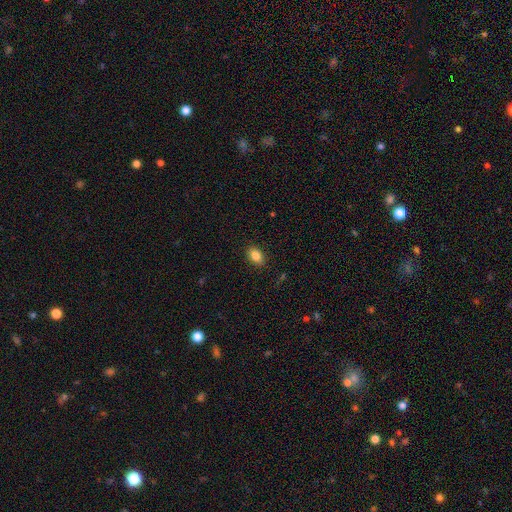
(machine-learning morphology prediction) Smooth or featured? smooth (85%)
How rounded? in between (81%)
Merging? none (88%)